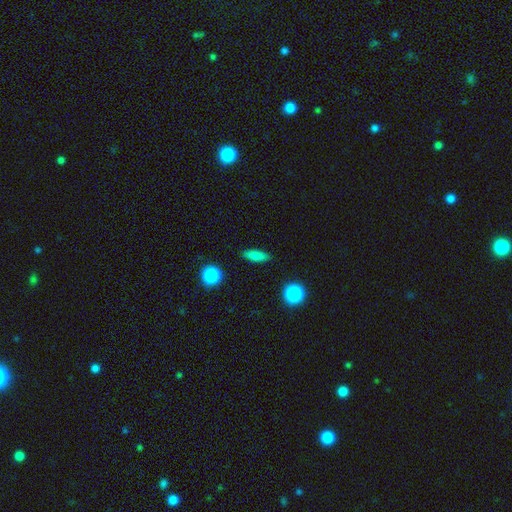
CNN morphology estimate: Smooth or featured? smooth (80%)
How rounded? in between (54%)
Merging? none (88%)